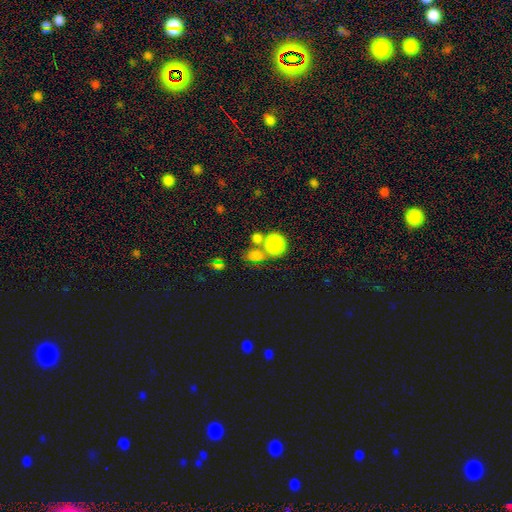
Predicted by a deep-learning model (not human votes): Overall: smooth (69%). How rounded: round (62%; in between 36%). Merging: none (48%; merger 36%).